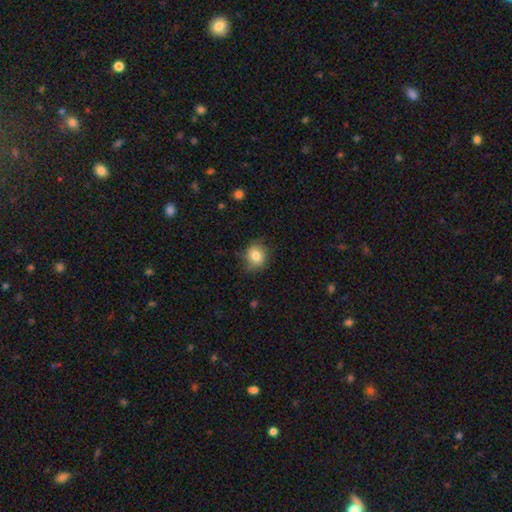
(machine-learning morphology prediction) smooth 81%, star or artifact 10%, featured or disk 9%. Down the decision tree: how rounded — round (74%); merging — none (77%).